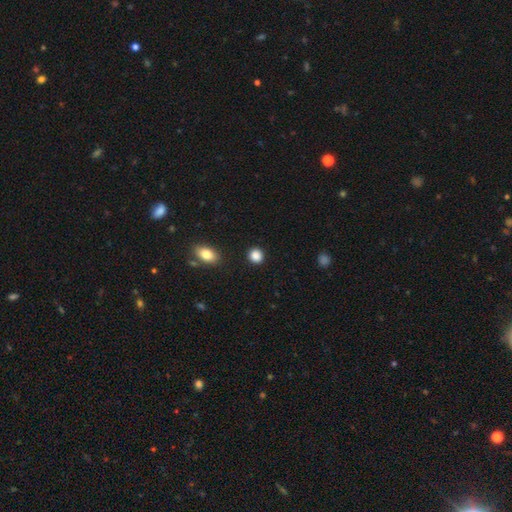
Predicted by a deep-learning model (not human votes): The model was most divided on "how rounded": round: 81%, in between: 18%, cigar-shaped: 1%. More confident: merging — none (90%); smooth or featured — smooth (88%).